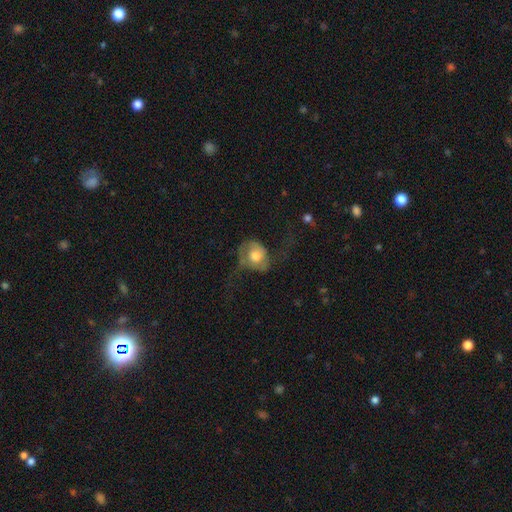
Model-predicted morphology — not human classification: type=smooth (53%); roundness=round (63%); merging=major disturbance (46%).